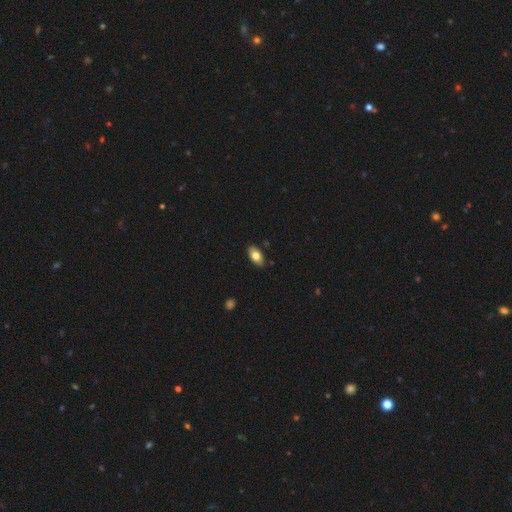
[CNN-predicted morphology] A smooth galaxy with no disk features (79%) that is in between round and cigar-shaped (92%). Merging: none (87%).